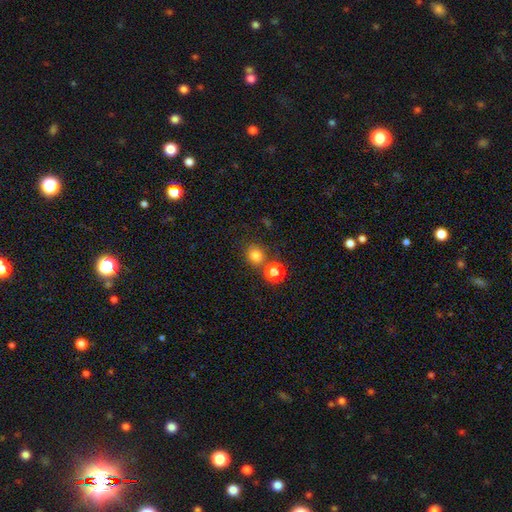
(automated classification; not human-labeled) Morphology: type=smooth (78%); roundness=round (80%); merging=none (73%).